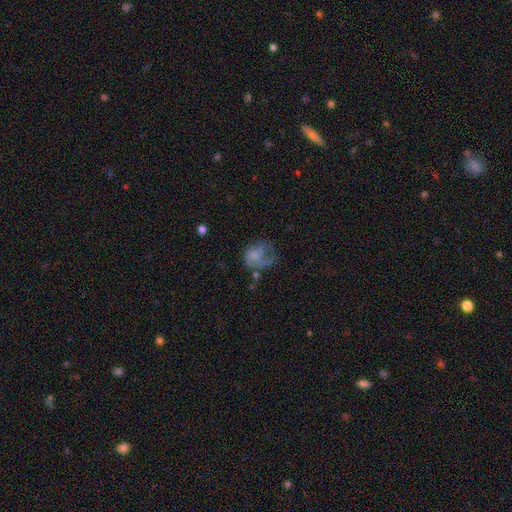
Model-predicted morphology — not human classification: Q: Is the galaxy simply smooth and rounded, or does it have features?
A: smooth — 54%.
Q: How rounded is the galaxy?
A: round — 56%.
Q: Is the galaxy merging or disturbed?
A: major disturbance — 43%.